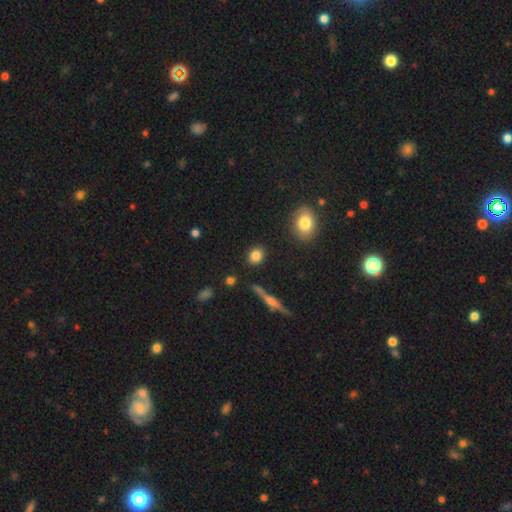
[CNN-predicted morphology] Smooth or featured? smooth (83%)
How rounded? round (72%)
Merging? none (88%)